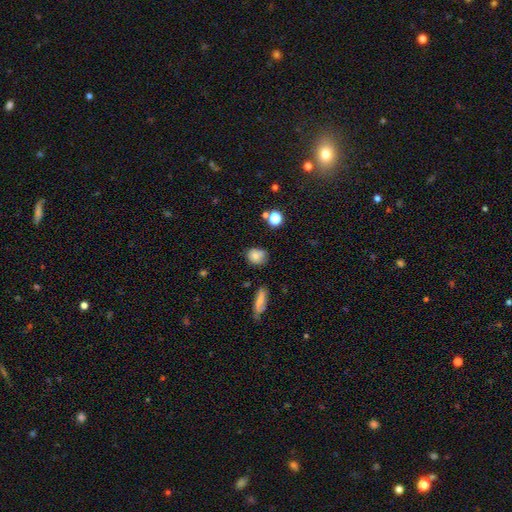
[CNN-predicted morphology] type=smooth (75%); roundness=round (59%); merging=none (63%).